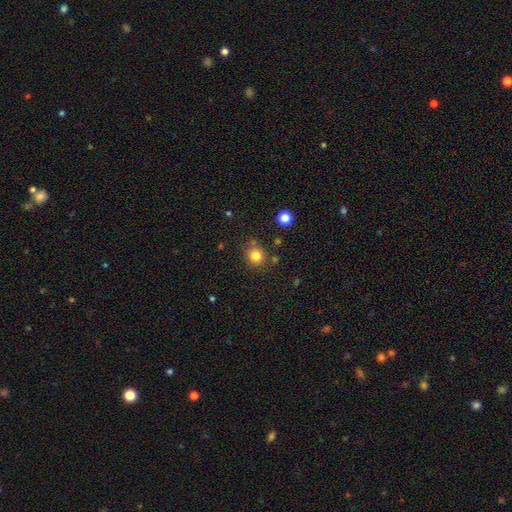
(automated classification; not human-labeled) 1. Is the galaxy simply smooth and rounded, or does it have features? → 81% smooth, 13% star or artifact, 6% featured or disk.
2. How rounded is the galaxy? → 89% round, 10% in between, 1% cigar-shaped.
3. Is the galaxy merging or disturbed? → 81% none, 10% minor disturbance, 6% merger, 3% major disturbance.